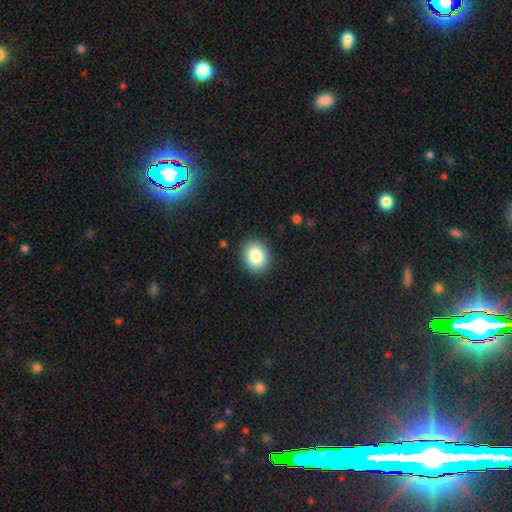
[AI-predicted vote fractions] Q: Smooth or featured?
A: smooth (85%); runner-up: star or artifact (8%)
Q: How rounded?
A: round (54%); runner-up: in between (45%)
Q: Merging?
A: none (89%); runner-up: minor disturbance (8%)